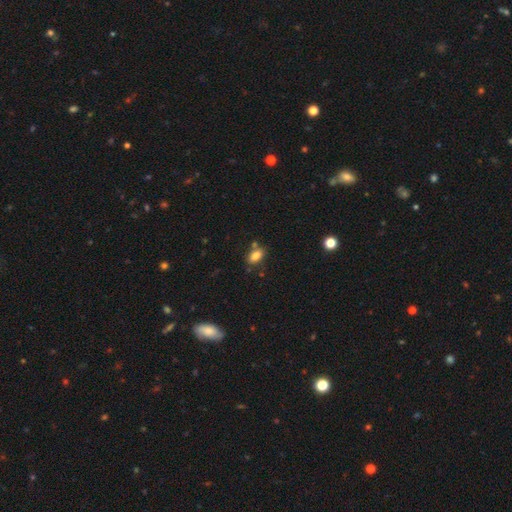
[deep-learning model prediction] This appears to be a smooth galaxy with no disk features (82%) that is in between round and cigar-shaped (87%). Merging: none (70%).